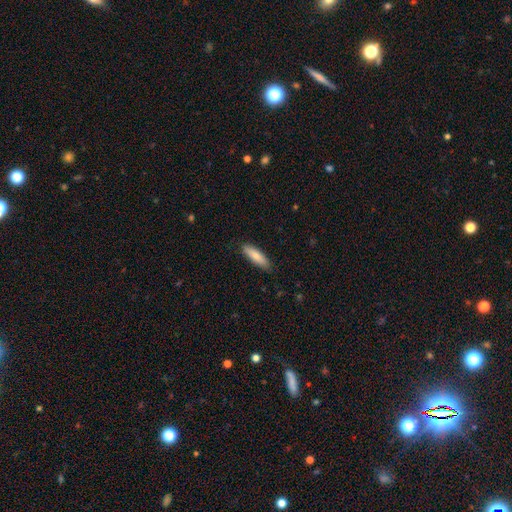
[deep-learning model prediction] Smooth or featured: smooth — 82% (featured or disk — 12%)
How rounded: cigar-shaped — 58% (in between — 40%)
Merging: none — 87% (minor disturbance — 10%)